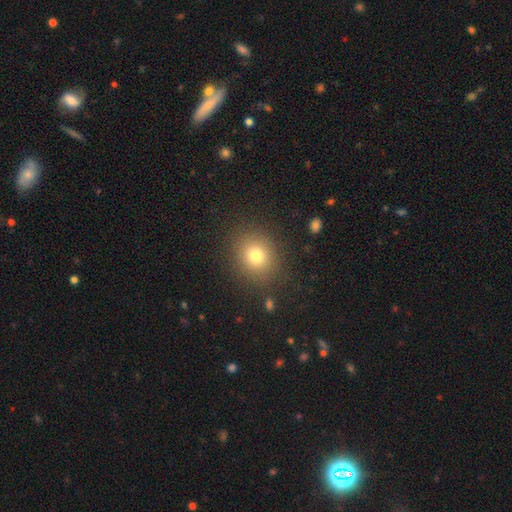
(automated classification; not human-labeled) Smooth or featured? Predicted: smooth (p=0.76). How rounded? Predicted: round (p=0.73). Merging? Predicted: none (p=0.86).